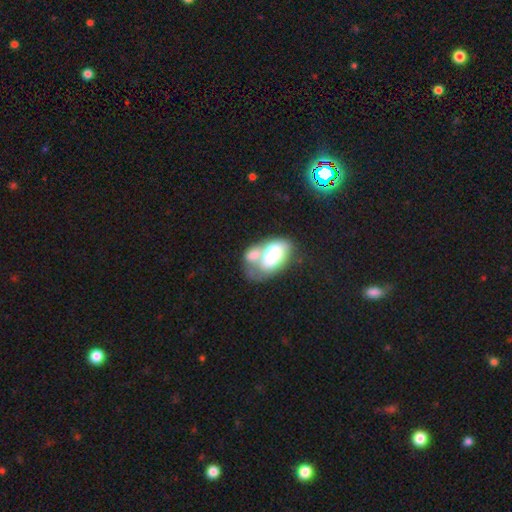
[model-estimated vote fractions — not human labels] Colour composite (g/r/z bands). It shows a smooth galaxy with no disk features (67%) that is in between round and cigar-shaped (92%). Merging: merger (56%).